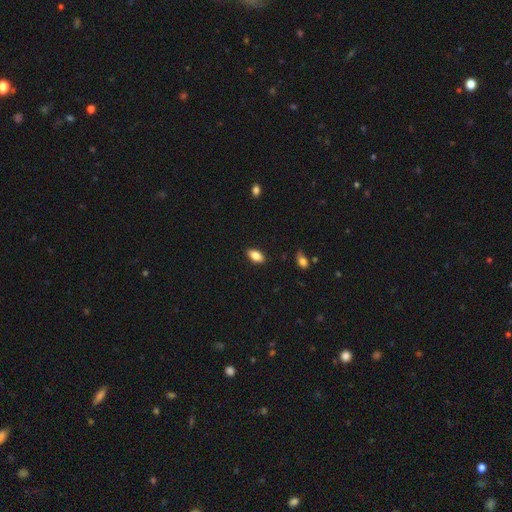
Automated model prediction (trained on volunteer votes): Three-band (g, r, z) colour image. It shows a smooth galaxy with no disk features (83%) that is in between round and cigar-shaped (91%). Merging: none (87%).